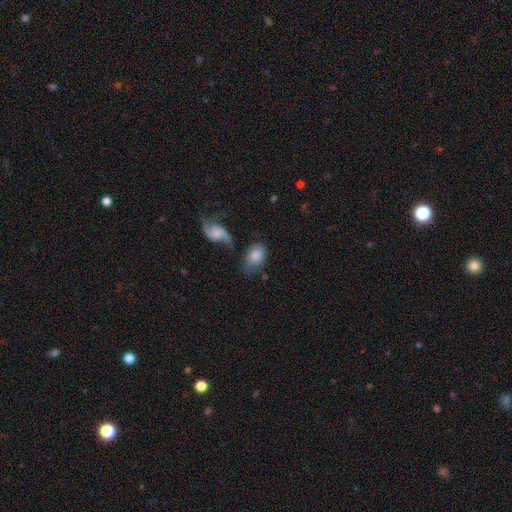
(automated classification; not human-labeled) The model was most divided on "merging": none: 44%, minor disturbance: 25%, merger: 17%, major disturbance: 15%. More confident: how rounded — in between (77%); smooth or featured — smooth (66%).